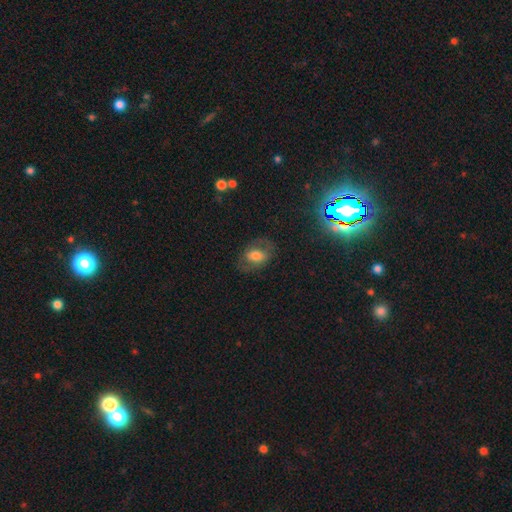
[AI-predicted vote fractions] Smooth or featured? Predicted: smooth (p=0.55). How rounded? Predicted: in between (p=0.78). Merging? Predicted: none (p=0.69).